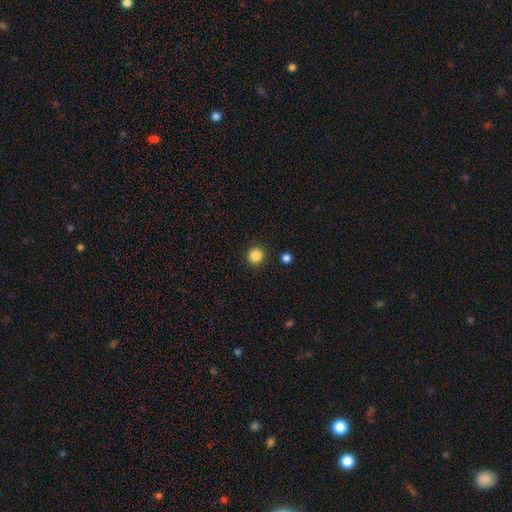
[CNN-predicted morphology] smooth_or_featured: smooth (p=0.86) [alt: star or artifact p=0.11]
how_rounded: round (p=0.95) [alt: in between p=0.05]
merging: none (p=0.91) [alt: minor disturbance p=0.05]